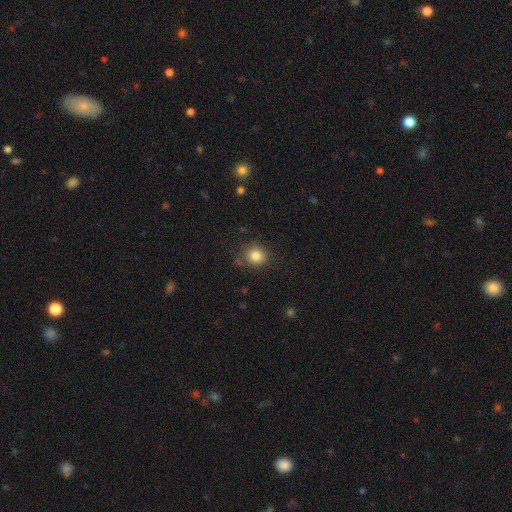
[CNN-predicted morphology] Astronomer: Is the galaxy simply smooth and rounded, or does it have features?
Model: smooth — 83%.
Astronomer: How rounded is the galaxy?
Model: round — 87%.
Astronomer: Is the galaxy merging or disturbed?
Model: none — 81%.